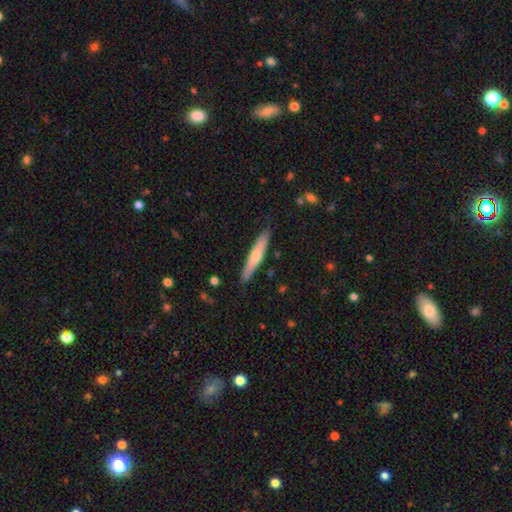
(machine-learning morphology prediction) A smooth galaxy with no disk features (53%) that is cigar-shaped (92%).

Vote fractions:
- Smooth or featured? smooth: 53% / featured or disk: 42% / star or artifact: 5%
- How rounded? cigar-shaped: 92% / in between: 6% / round: 1%
- Merging? none: 89% / minor disturbance: 9% / major disturbance: 2% / merger: 1%